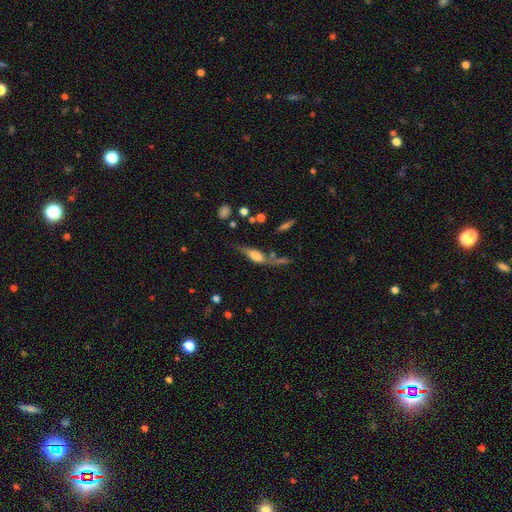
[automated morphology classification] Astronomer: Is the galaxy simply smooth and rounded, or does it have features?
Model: featured or disk — 51% (runner-up: smooth, 39%).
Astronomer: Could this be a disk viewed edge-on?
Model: yes — 59% (runner-up: no, 41%).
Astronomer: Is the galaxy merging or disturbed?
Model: none — 41% (runner-up: minor disturbance, 23%).